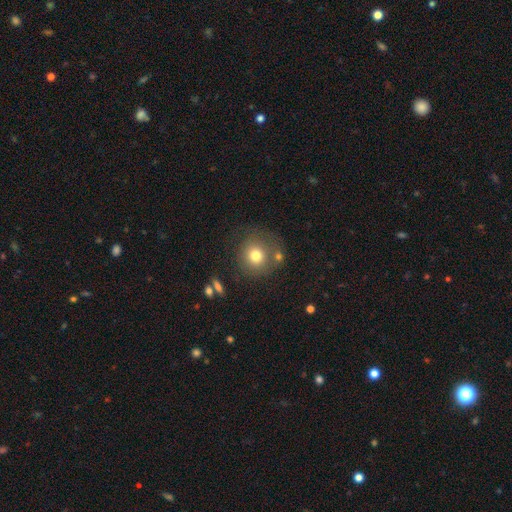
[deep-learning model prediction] This is likely a smooth galaxy (74%). How rounded: clearly round (90%). Merging: likely none (65%).